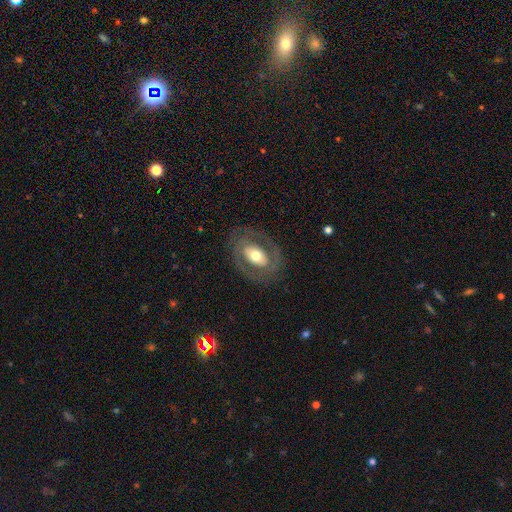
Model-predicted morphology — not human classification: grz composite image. It shows a featured or disk galaxy (61%) with no bar (54%), no spiral arms (57%) and a moderate central bulge (63%). Merging: none (78%).